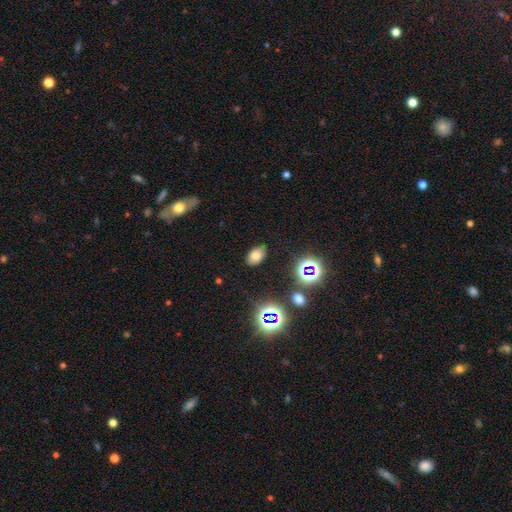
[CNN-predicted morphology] The model was most divided on "smooth or featured": smooth: 70%, star or artifact: 20%, featured or disk: 10%. More confident: how rounded — in between (90%); merging — none (84%).